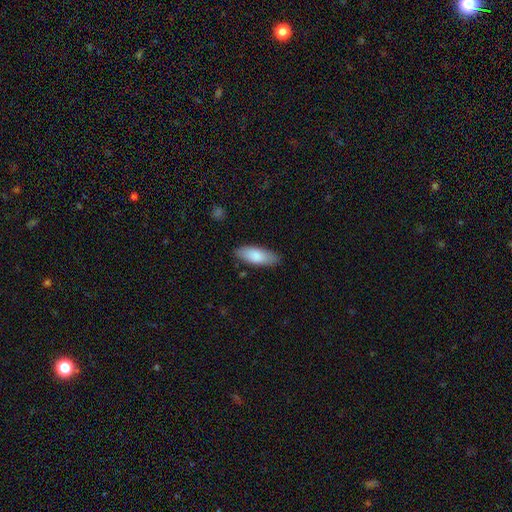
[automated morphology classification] A smooth galaxy with no disk features (84%) that is in between round and cigar-shaped (73%).

Vote fractions:
- Smooth or featured? smooth: 84% / featured or disk: 11% / star or artifact: 5%
- How rounded? in between: 73% / cigar-shaped: 25% / round: 2%
- Merging? none: 84% / minor disturbance: 12% / major disturbance: 2% / merger: 1%